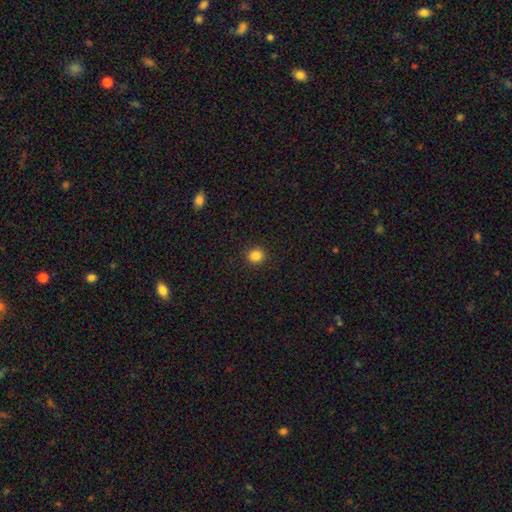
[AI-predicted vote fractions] The model was most divided on "smooth or featured": smooth: 85%, star or artifact: 11%, featured or disk: 4%. More confident: merging — none (92%); how rounded — round (88%).